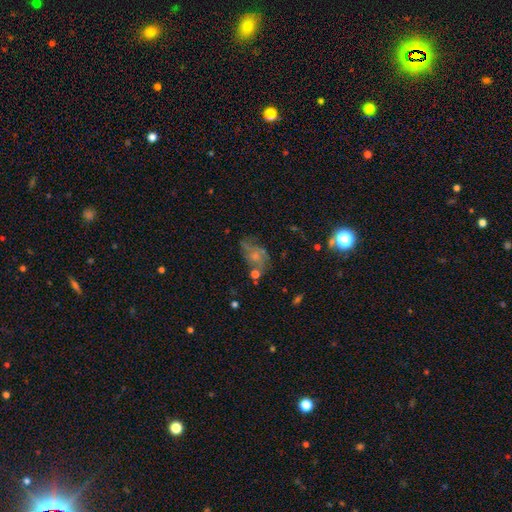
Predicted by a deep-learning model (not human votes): Morphology: type=featured or disk (46%); merging=none (40%).